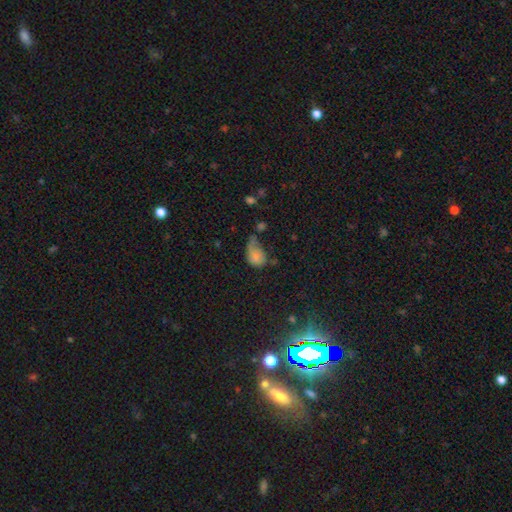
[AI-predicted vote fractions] smooth-or-featured: smooth: 74% | featured or disk: 15% | star or artifact: 11%
  how-rounded: in between: 66% | round: 32% | cigar-shaped: 2%
  merging: major disturbance: 36% | minor disturbance: 28% | none: 22% | merger: 13%